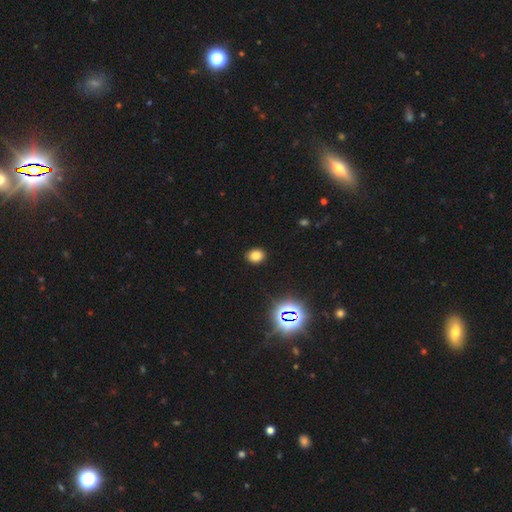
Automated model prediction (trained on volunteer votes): Smooth or featured? Predicted: smooth (p=0.78). How rounded? Predicted: round (p=0.52). Merging? Predicted: none (p=0.89).